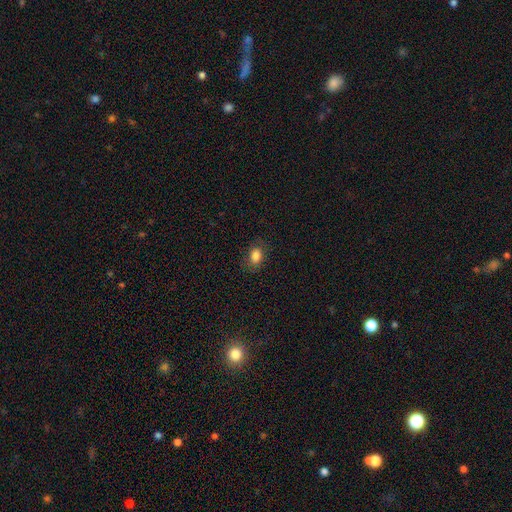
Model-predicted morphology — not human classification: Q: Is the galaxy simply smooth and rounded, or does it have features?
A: smooth — 84%.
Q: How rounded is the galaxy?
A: in between — 71%.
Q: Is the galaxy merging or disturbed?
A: none — 80%.